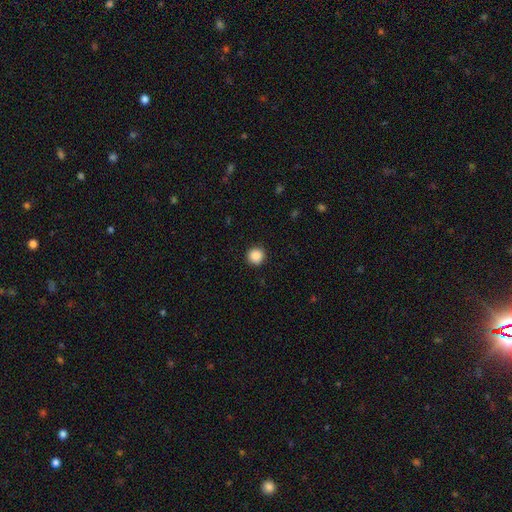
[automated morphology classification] smooth-or-featured: smooth: 88% | star or artifact: 9% | featured or disk: 3%
  how-rounded: round: 95% | in between: 4% | cigar-shaped: 1%
  merging: none: 92% | minor disturbance: 5% | major disturbance: 2% | merger: 1%